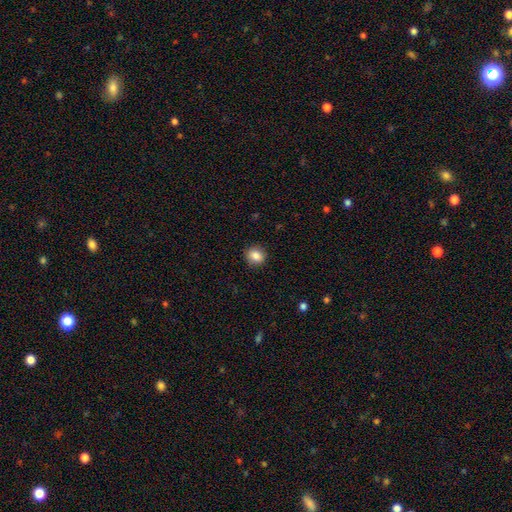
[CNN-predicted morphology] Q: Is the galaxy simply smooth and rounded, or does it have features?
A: smooth — 86%.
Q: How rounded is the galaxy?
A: round — 73%.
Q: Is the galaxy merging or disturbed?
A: none — 90%.